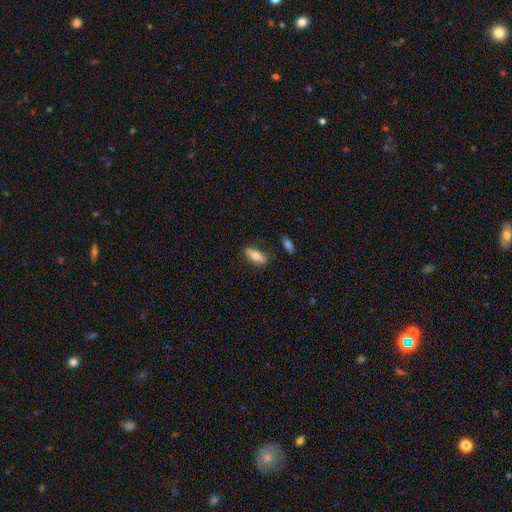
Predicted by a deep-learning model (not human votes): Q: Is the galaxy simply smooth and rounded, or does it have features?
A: smooth — 66%.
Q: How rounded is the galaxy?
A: in between — 67%.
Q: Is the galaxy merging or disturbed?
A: none — 82%.